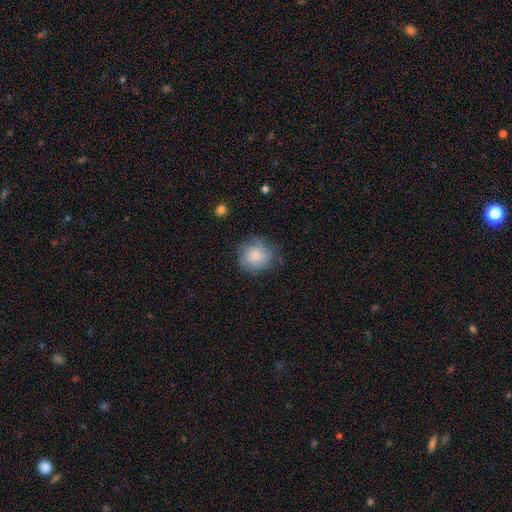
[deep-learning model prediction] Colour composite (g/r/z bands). It shows a smooth galaxy with no disk features (69%) that is round (83%). Merging: none (68%).